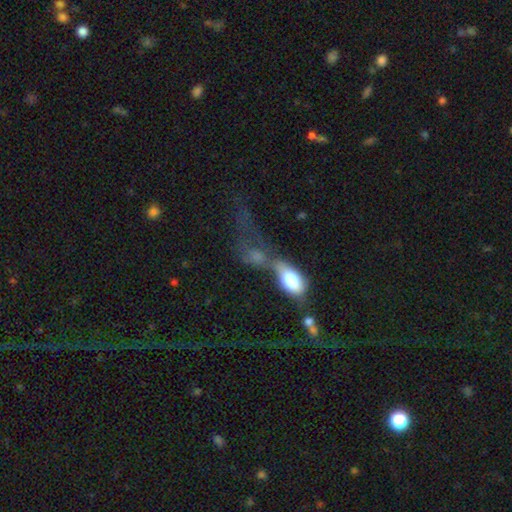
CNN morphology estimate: A smooth galaxy with no disk features (62%) that is in between round and cigar-shaped (74%). Merging: merger (44%).